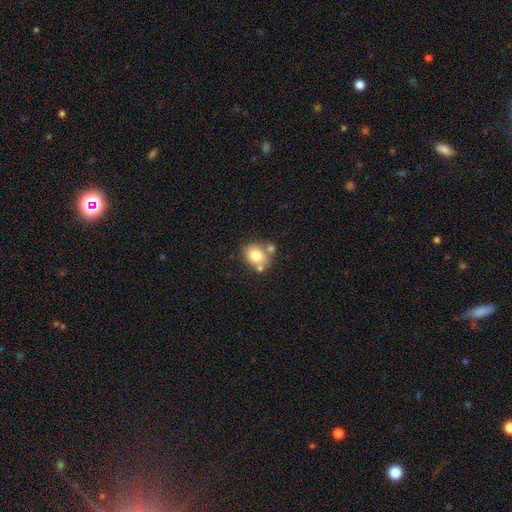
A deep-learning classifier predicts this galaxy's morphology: A smooth galaxy with no disk features (76%) that is round (58%).

Vote fractions:
- Smooth or featured? smooth: 76% / featured or disk: 15% / star or artifact: 10%
- How rounded? round: 58% / in between: 41% / cigar-shaped: 1%
- Merging? none: 58% / merger: 23% / minor disturbance: 14% / major disturbance: 4%